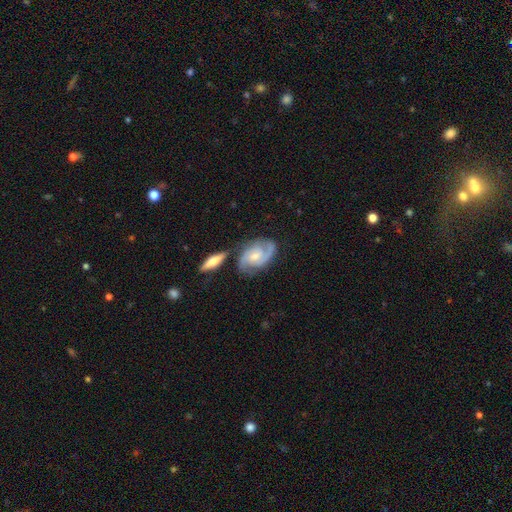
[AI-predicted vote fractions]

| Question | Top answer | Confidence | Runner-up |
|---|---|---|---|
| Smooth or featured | featured or disk | 85% | smooth (10%) |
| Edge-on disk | no | 96% | yes (4%) |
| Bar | no | 54% | weak (38%) |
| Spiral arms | yes | 97% | no (3%) |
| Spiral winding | medium | 47% | tight (40%) |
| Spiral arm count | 2 | 76% | 3 (10%) |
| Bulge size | small | 49% | moderate (45%) |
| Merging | none | 64% | minor disturbance (18%) |